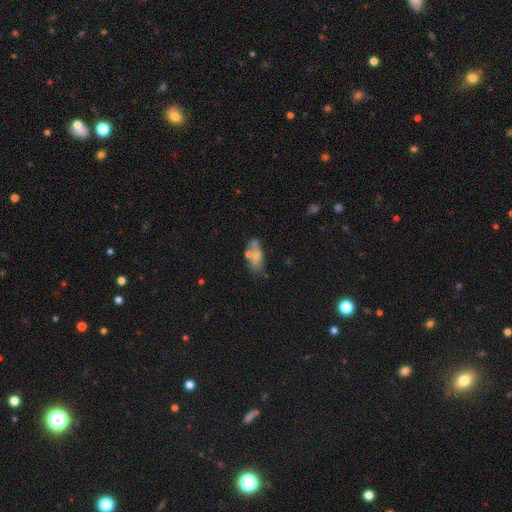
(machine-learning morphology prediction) Smooth or featured: smooth — 62% (featured or disk — 29%)
How rounded: in between — 83% (cigar-shaped — 13%)
Merging: none — 49% (minor disturbance — 21%)